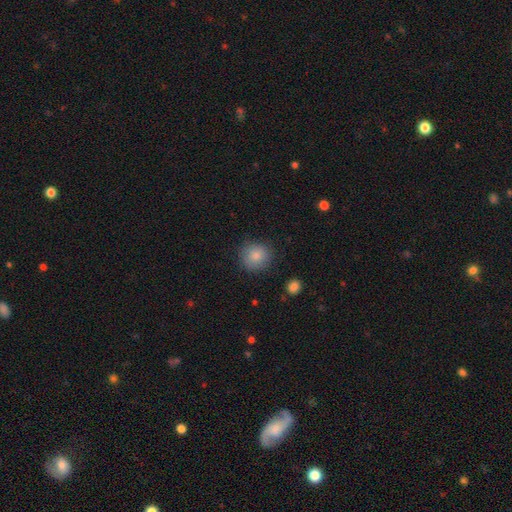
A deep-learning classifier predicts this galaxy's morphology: A smooth galaxy with no disk features (85%) that is round (89%).

Vote fractions:
- Smooth or featured? smooth: 85% / star or artifact: 9% / featured or disk: 6%
- How rounded? round: 89% / in between: 10% / cigar-shaped: 1%
- Merging? none: 83% / minor disturbance: 12% / major disturbance: 3% / merger: 2%